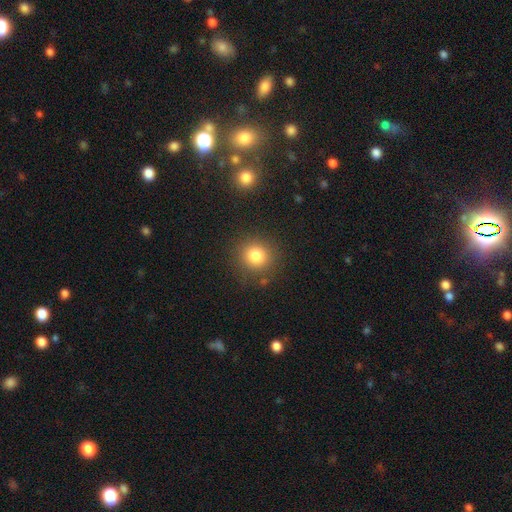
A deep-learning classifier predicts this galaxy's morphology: Smooth or featured: smooth — 80% (star or artifact — 13%)
How rounded: round — 90% (in between — 9%)
Merging: none — 86% (minor disturbance — 8%)